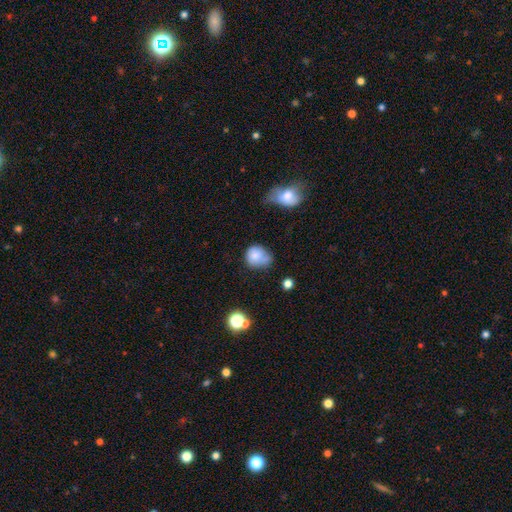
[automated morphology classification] This appears to be a smooth galaxy with no disk features (76%) that is round (63%). Merging: none (38%).